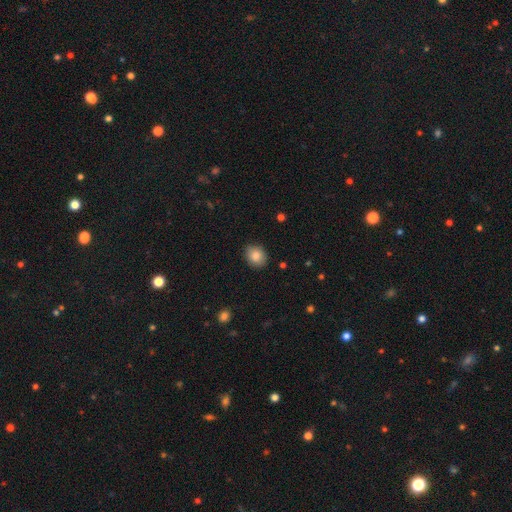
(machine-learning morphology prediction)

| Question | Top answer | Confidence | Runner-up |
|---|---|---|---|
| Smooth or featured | smooth | 84% | star or artifact (9%) |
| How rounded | round | 55% | in between (44%) |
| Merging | none | 87% | minor disturbance (10%) |